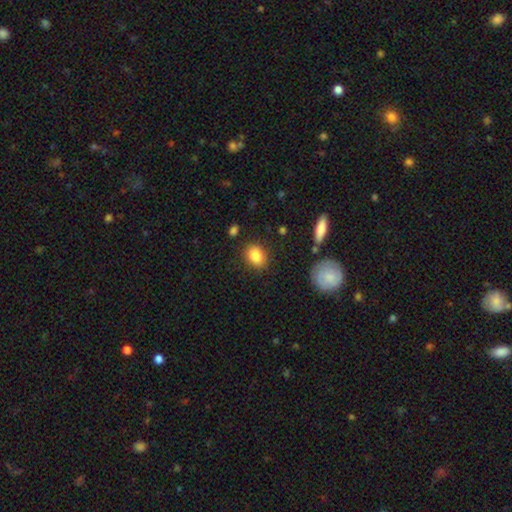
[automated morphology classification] A smooth galaxy with no disk features (85%) that is in between round and cigar-shaped (56%). Merging: none (85%).